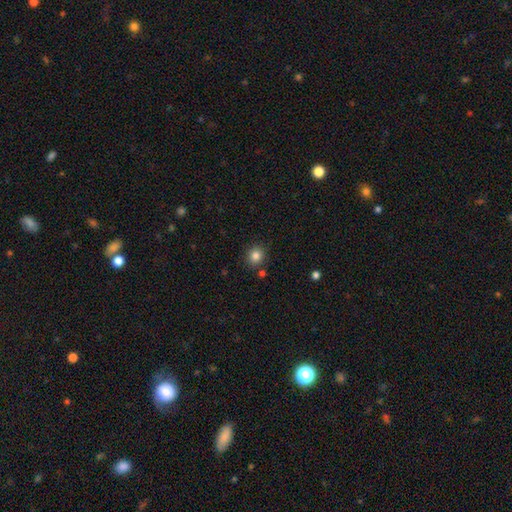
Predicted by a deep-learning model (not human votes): Morphology: type=smooth (83%); roundness=round (83%); merging=none (87%).